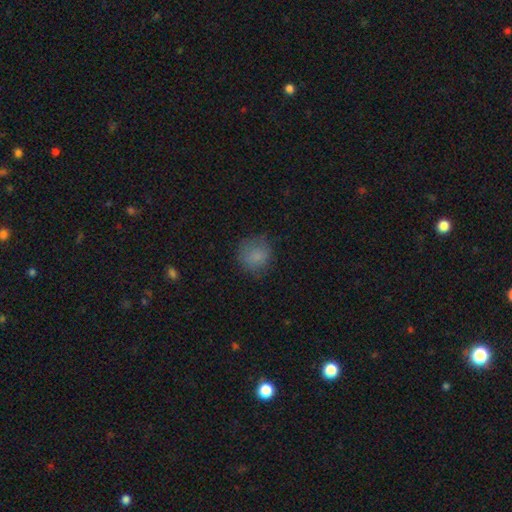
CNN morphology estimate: smooth_or_featured: smooth (p=0.80) [alt: star or artifact p=0.10]
how_rounded: round (p=0.82) [alt: in between p=0.17]
merging: none (p=0.71) [alt: minor disturbance p=0.20]